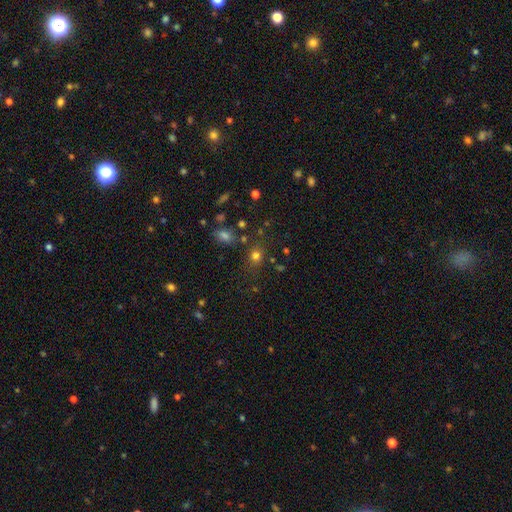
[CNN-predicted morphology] Q: Smooth or featured?
A: smooth (73%); runner-up: star or artifact (19%)
Q: How rounded?
A: round (67%); runner-up: in between (31%)
Q: Merging?
A: none (75%); runner-up: minor disturbance (13%)